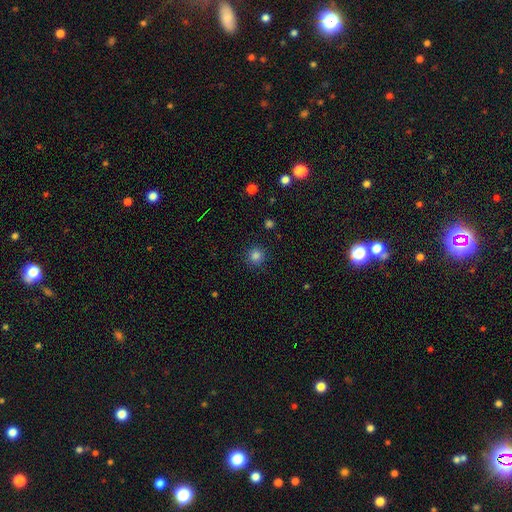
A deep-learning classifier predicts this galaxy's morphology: smooth_or_featured: smooth (p=0.83) [alt: star or artifact p=0.13]
how_rounded: round (p=0.94) [alt: in between p=0.05]
merging: none (p=0.89) [alt: minor disturbance p=0.07]